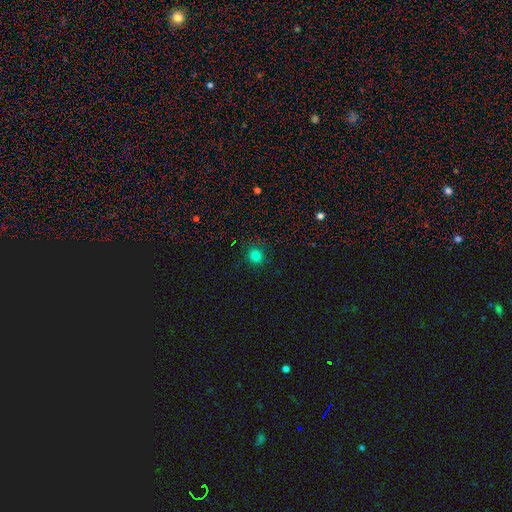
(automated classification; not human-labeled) Smooth or featured? Predicted: smooth (p=0.81). How rounded? Predicted: round (p=0.88). Merging? Predicted: none (p=0.88).